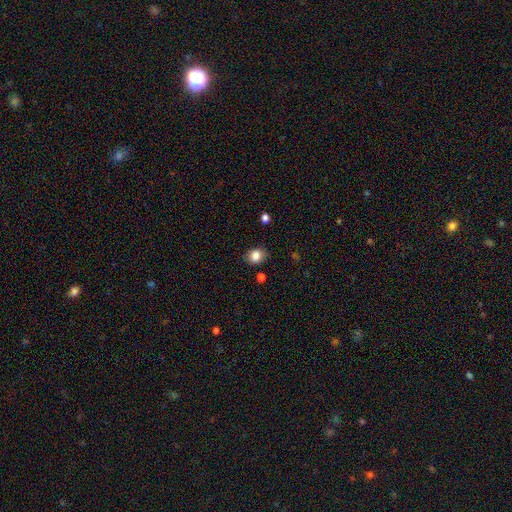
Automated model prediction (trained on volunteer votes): Smooth or featured? Predicted: smooth (p=0.84). How rounded? Predicted: round (p=0.56). Merging? Predicted: none (p=0.81).